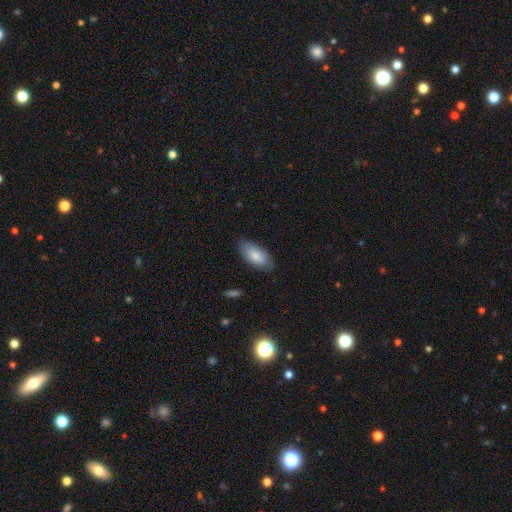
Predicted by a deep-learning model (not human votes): Q: Smooth or featured?
A: smooth (81%); runner-up: featured or disk (13%)
Q: How rounded?
A: in between (91%); runner-up: cigar-shaped (7%)
Q: Merging?
A: none (78%); runner-up: minor disturbance (17%)